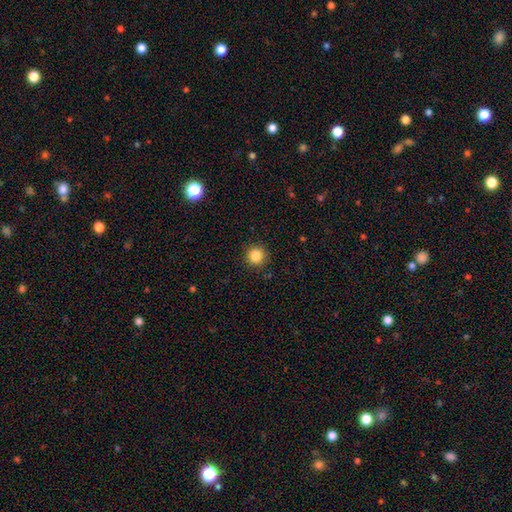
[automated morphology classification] A smooth galaxy with no disk features (85%) that is round (94%).

Vote fractions:
- Smooth or featured? smooth: 85% / star or artifact: 11% / featured or disk: 4%
- How rounded? round: 94% / in between: 5% / cigar-shaped: 1%
- Merging? none: 90% / minor disturbance: 7% / major disturbance: 2% / merger: 1%